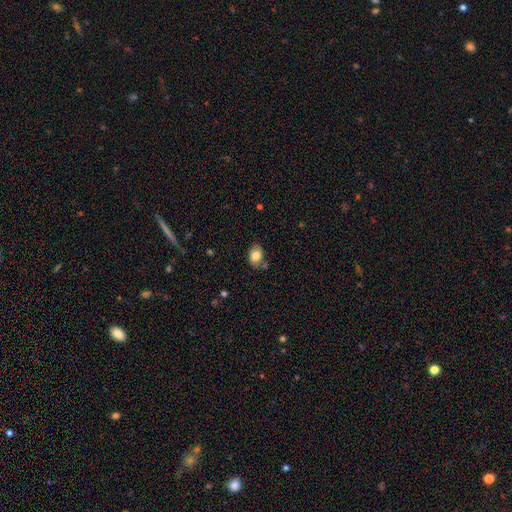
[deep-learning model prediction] Smooth or featured? smooth (81%)
How rounded? in between (74%)
Merging? none (71%)